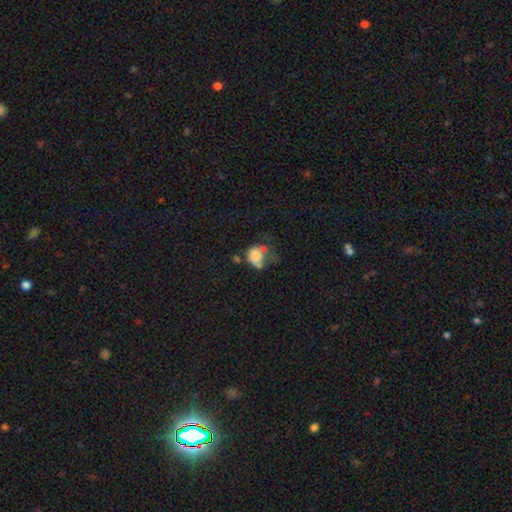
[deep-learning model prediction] A smooth galaxy with no disk features (71%) that is round (58%). Merging: major disturbance (34%).